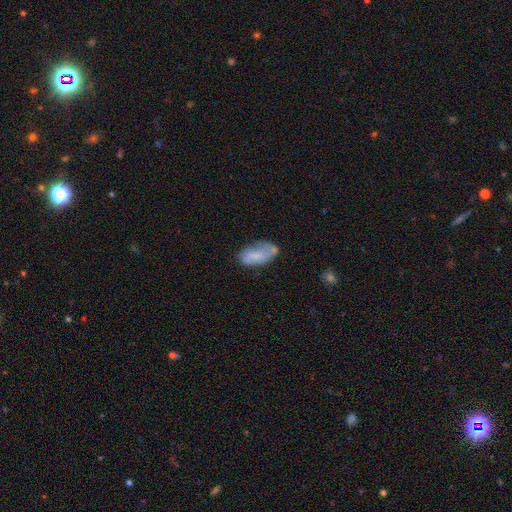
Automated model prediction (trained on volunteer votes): This appears to be a smooth galaxy with no disk features (61%) that is in between round and cigar-shaped (91%). Merging: none (50%).